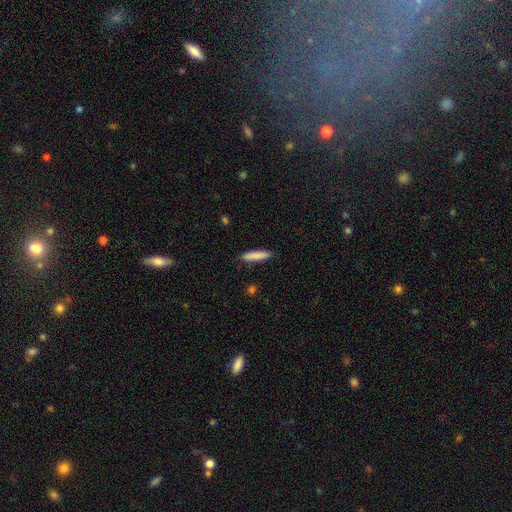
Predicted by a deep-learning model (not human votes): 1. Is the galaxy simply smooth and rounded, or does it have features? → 86% smooth, 8% featured or disk, 6% star or artifact.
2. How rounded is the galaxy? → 86% cigar-shaped, 13% in between, 1% round.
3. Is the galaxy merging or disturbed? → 89% none, 8% minor disturbance, 2% major disturbance, 1% merger.